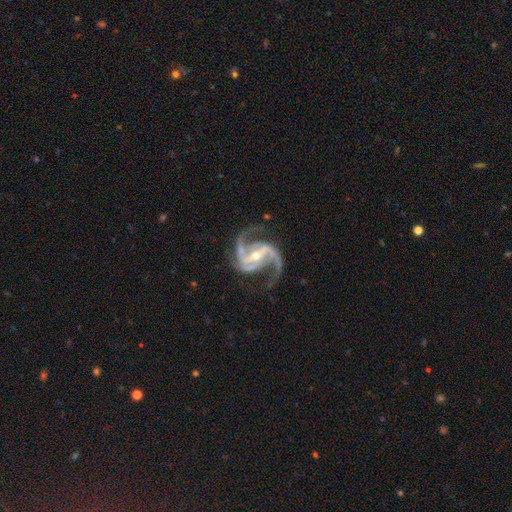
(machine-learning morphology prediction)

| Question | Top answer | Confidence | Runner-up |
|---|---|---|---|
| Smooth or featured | featured or disk | 94% | star or artifact (4%) |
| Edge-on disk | no | 98% | yes (2%) |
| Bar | strong | 64% | weak (26%) |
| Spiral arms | yes | 99% | no (1%) |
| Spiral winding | medium | 60% | loose (26%) |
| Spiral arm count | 2 | 76% | 3 (15%) |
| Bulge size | small | 53% | moderate (44%) |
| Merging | none | 73% | minor disturbance (15%) |